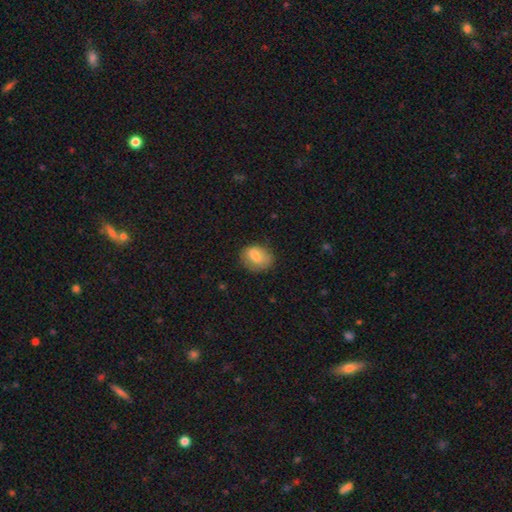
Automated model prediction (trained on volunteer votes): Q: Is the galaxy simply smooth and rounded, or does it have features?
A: smooth — 79%.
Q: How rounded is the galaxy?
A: in between — 62%.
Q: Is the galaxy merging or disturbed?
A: none — 69%.